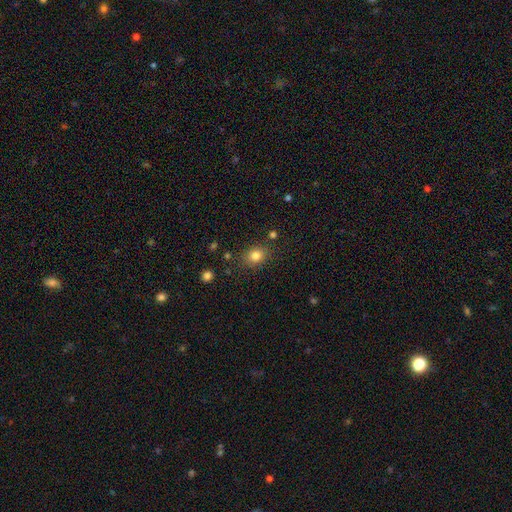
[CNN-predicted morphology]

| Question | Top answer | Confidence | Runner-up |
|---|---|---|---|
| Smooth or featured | smooth | 81% | star or artifact (11%) |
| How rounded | in between | 51% | round (47%) |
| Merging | none | 81% | minor disturbance (12%) |